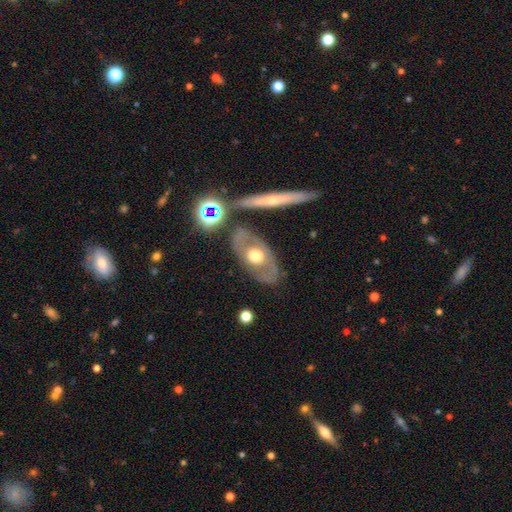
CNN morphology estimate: A featured or disk galaxy (58%).

Vote fractions:
- Smooth or featured? featured or disk: 58% / smooth: 36% / star or artifact: 6%
- Edge-on disk? no: 78% / yes: 22%
- Merging? none: 76% / minor disturbance: 13% / merger: 6% / major disturbance: 5%